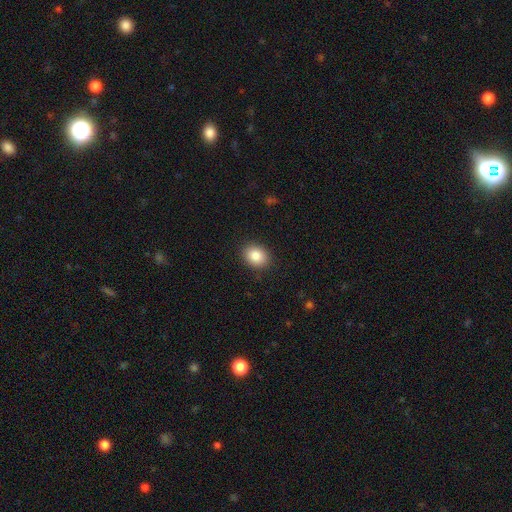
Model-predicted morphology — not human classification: Smooth or featured: smooth — 85% (star or artifact — 9%)
How rounded: round — 50% (in between — 49%)
Merging: none — 89% (minor disturbance — 8%)